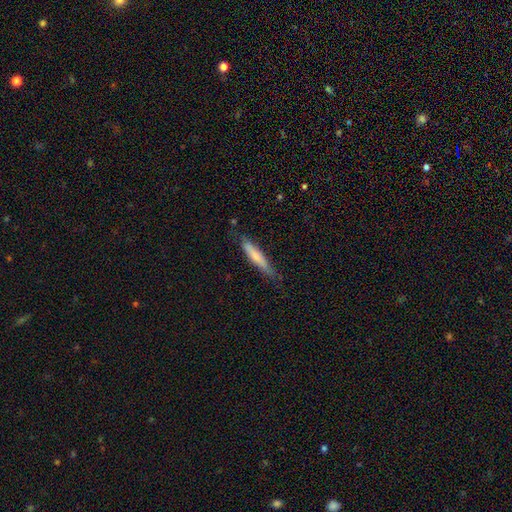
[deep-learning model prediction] A smooth galaxy with no disk features (65%) that is cigar-shaped (89%).

Vote fractions:
- Smooth or featured? smooth: 65% / featured or disk: 29% / star or artifact: 6%
- How rounded? cigar-shaped: 89% / in between: 9% / round: 1%
- Merging? none: 76% / minor disturbance: 19% / major disturbance: 3% / merger: 2%